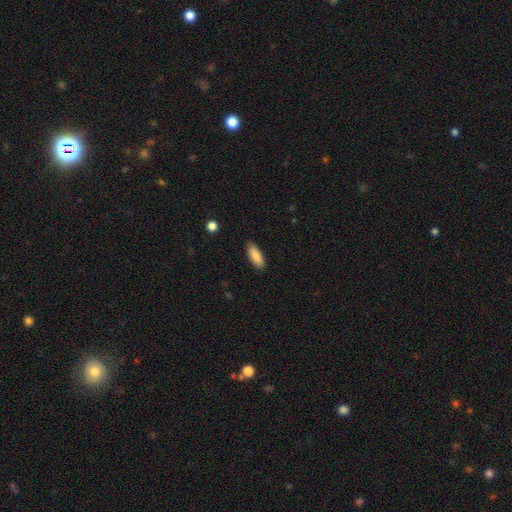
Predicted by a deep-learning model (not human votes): The model was most divided on "how rounded": in between: 65%, cigar-shaped: 33%, round: 2%. More confident: smooth or featured — smooth (88%); merging — none (88%).